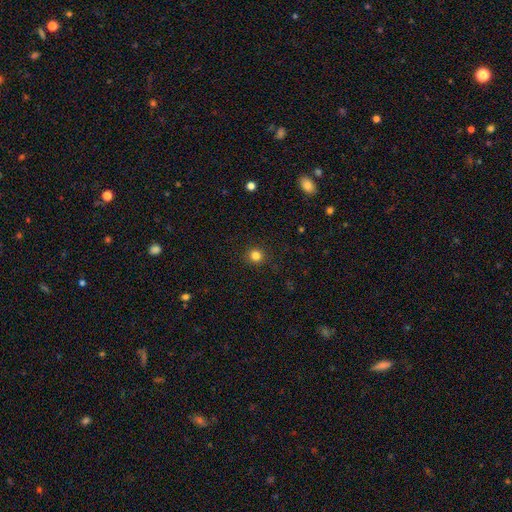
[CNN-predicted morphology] type=smooth (82%); roundness=round (93%); merging=none (91%).